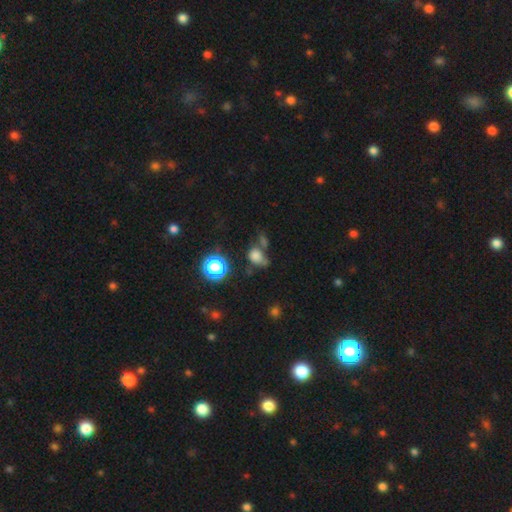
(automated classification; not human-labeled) Smooth or featured? smooth (72%)
How rounded? round (62%)
Merging? none (44%)